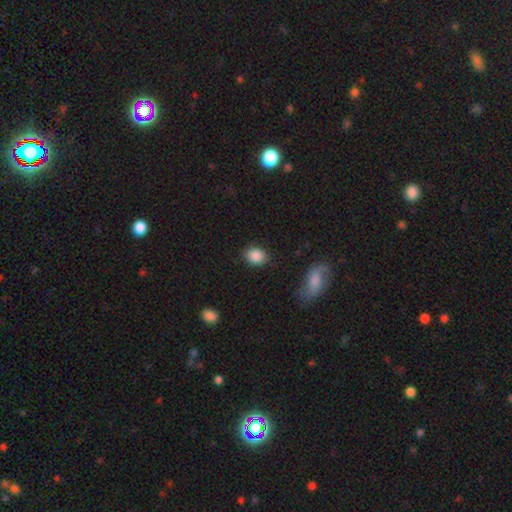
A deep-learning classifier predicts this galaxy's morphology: Overall: smooth (88%). How rounded: in between (58%; round 41%). Merging: none (84%).